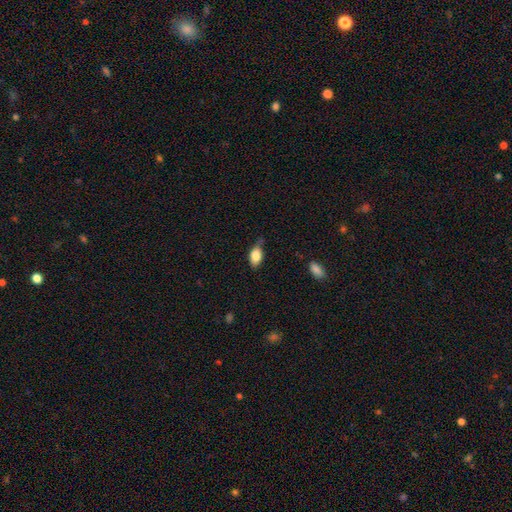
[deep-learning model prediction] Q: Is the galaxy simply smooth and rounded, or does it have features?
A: smooth — 82%.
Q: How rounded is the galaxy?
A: in between — 90%.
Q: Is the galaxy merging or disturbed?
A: none — 63%.